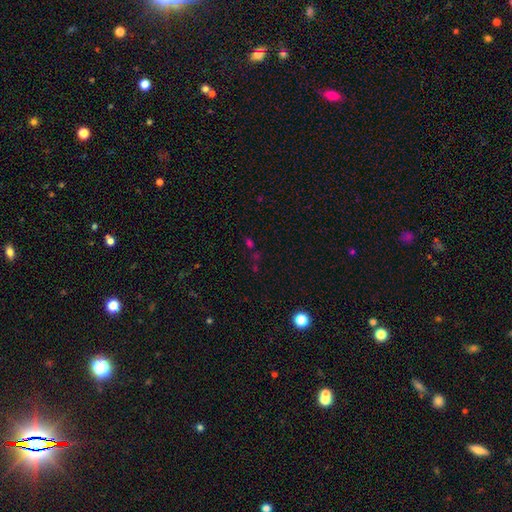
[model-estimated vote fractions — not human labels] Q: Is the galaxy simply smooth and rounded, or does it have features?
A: star or artifact — 58%.